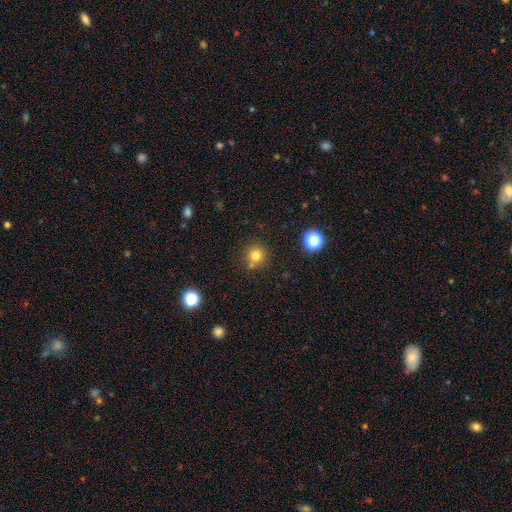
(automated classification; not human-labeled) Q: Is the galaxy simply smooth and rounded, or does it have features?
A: smooth — 79%.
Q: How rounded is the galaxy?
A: round — 93%.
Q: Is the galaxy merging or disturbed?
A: none — 77%.